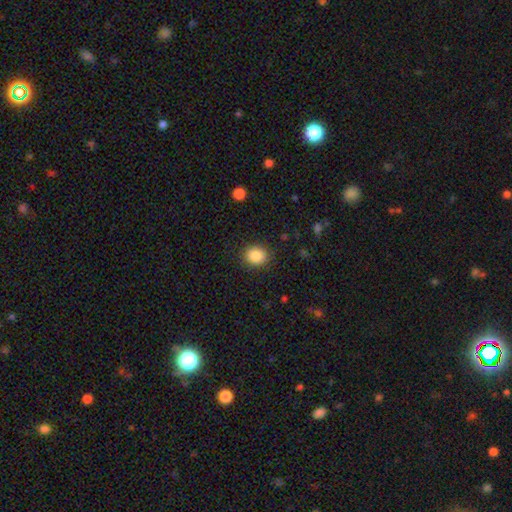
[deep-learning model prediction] Overall: smooth (87%). How rounded: round (71%). Merging: none (88%).